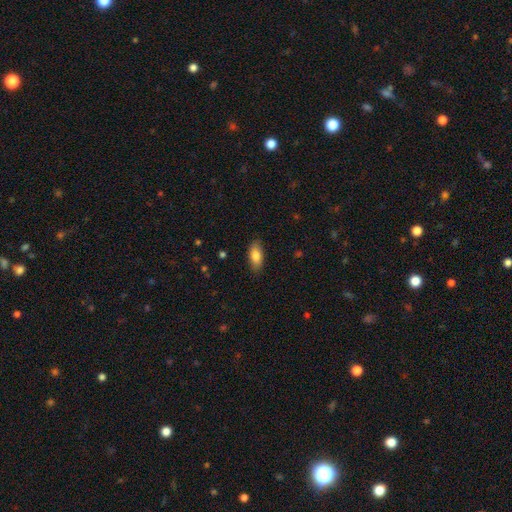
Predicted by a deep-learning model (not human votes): Smooth or featured? smooth (81%)
How rounded? in between (87%)
Merging? none (85%)